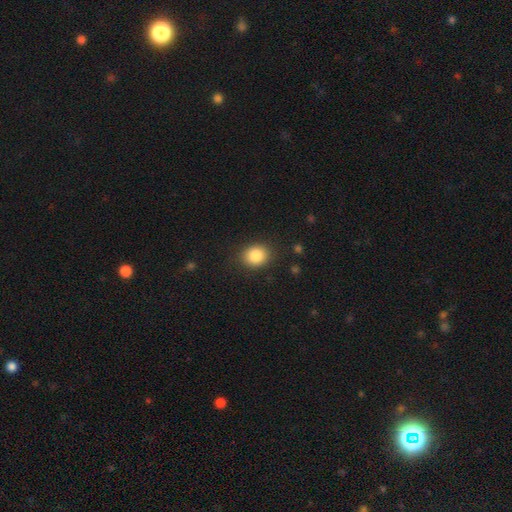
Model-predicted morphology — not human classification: Q: Smooth or featured?
A: smooth (86%); runner-up: star or artifact (9%)
Q: How rounded?
A: round (60%); runner-up: in between (39%)
Q: Merging?
A: none (87%); runner-up: minor disturbance (9%)